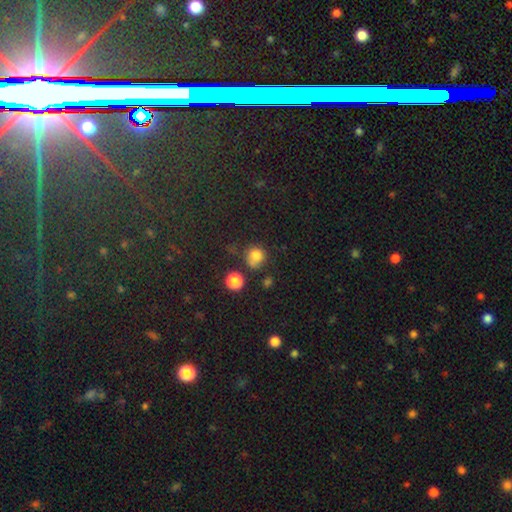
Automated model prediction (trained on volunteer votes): smooth_or_featured: smooth (p=0.79) [alt: star or artifact p=0.14]
how_rounded: round (p=0.85) [alt: in between p=0.14]
merging: none (p=0.60) [alt: minor disturbance p=0.21]